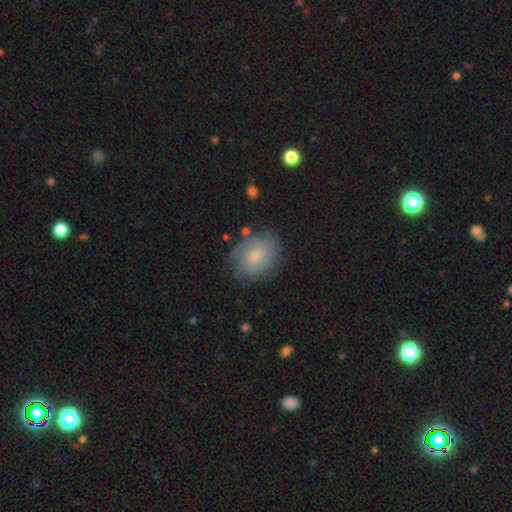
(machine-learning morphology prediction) This appears to be a featured or disk galaxy (48%). Merging: none (74%).